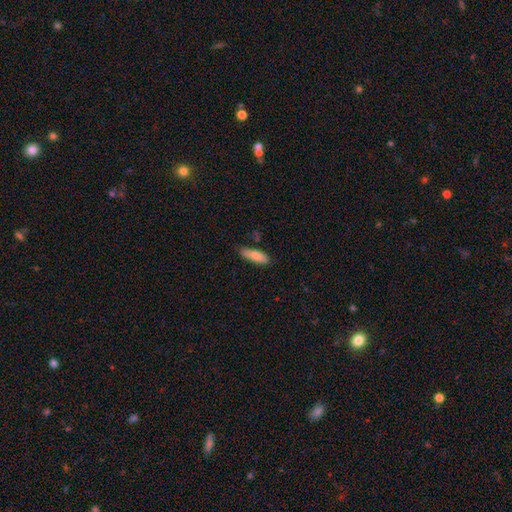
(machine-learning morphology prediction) smooth_or_featured: smooth (p=0.83) [alt: featured or disk p=0.11]
how_rounded: cigar-shaped (p=0.49) [tied with: in between p=0.49]
merging: none (p=0.75) [alt: minor disturbance p=0.19]